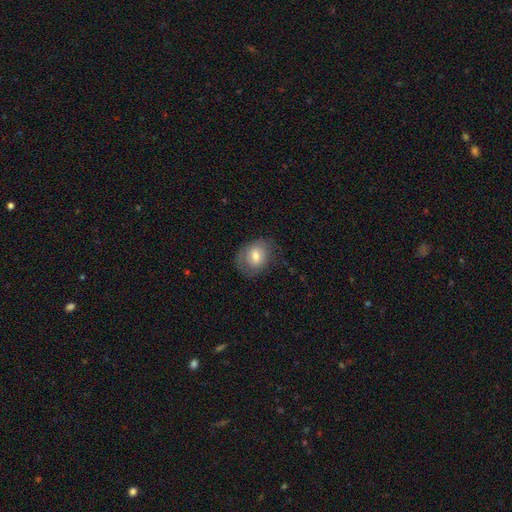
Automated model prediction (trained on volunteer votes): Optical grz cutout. It shows a smooth galaxy with no disk features (64%) that is in between round and cigar-shaped (55%). Merging: none (64%).